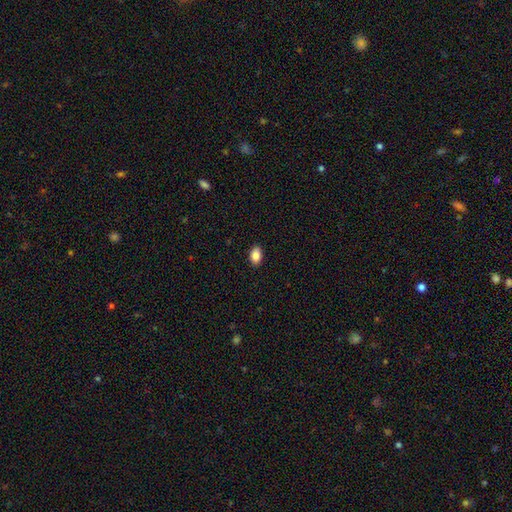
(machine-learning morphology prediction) The model was most divided on "smooth or featured": smooth: 86%, star or artifact: 8%, featured or disk: 6%. More confident: merging — none (90%); how rounded — in between (88%).